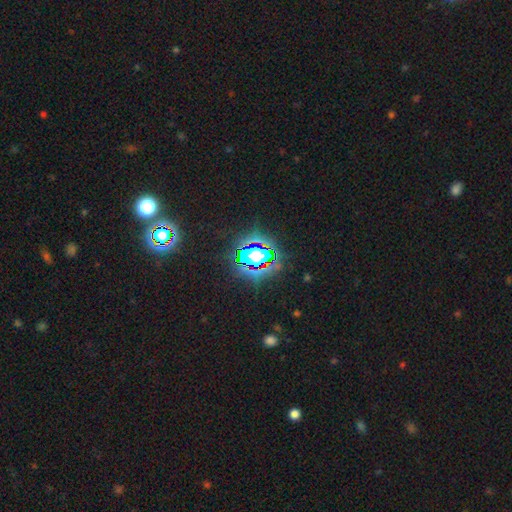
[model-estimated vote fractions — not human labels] The model was most divided on "smooth or featured": star or artifact: 61%, smooth: 27%, featured or disk: 12%.